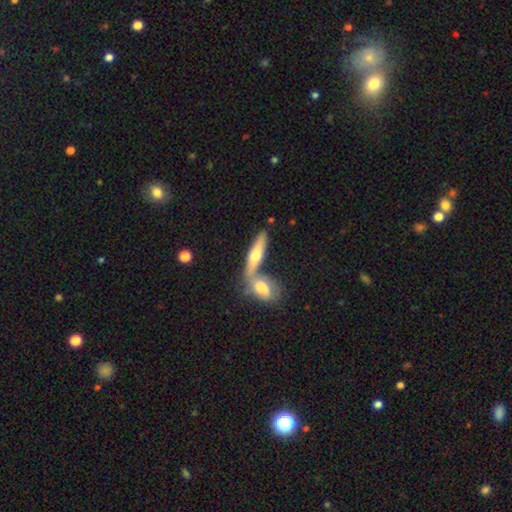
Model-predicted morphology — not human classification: Overall: smooth (50%; featured or disk 44%). Merging: merger (48%; none 40%).